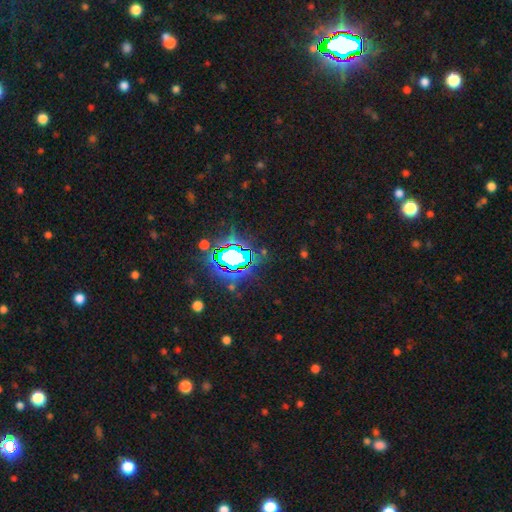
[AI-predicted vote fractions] Smooth or featured: star or artifact — 84% (smooth — 9%)